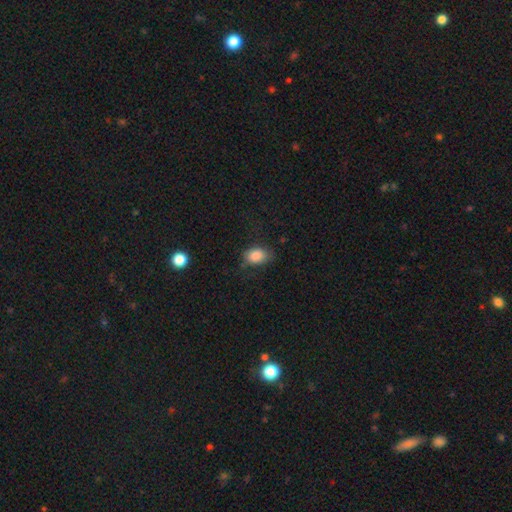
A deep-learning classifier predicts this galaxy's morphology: A smooth galaxy with no disk features (85%) that is in between round and cigar-shaped (77%). Merging: none (65%).